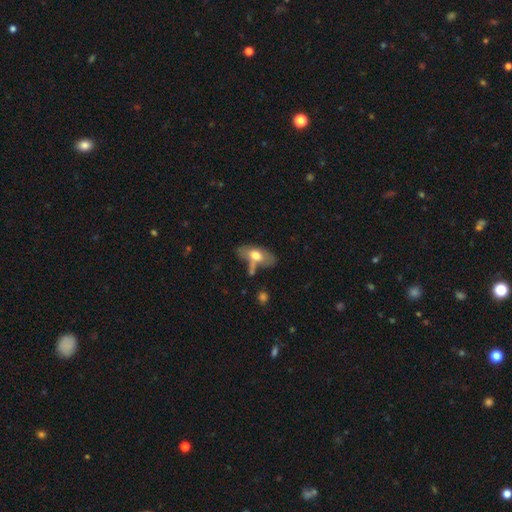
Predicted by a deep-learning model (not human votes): smooth_or_featured: smooth (p=0.60) [alt: featured or disk p=0.33]
how_rounded: in between (p=0.84) [alt: cigar-shaped p=0.11]
merging: none (p=0.42) [alt: merger p=0.23]